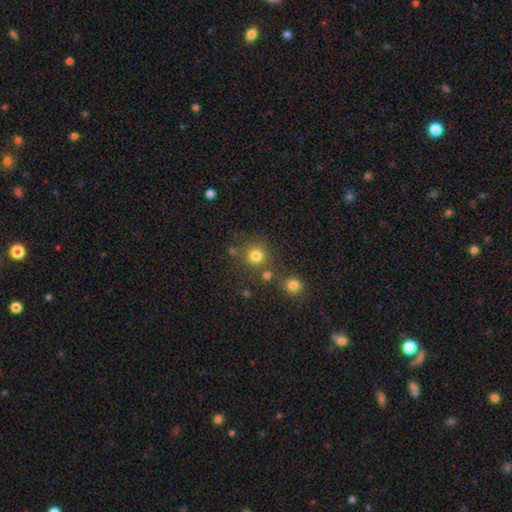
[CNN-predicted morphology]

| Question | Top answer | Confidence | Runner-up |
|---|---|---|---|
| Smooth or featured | smooth | 79% | star or artifact (15%) |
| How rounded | round | 92% | in between (7%) |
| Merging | none | 72% | merger (14%) |